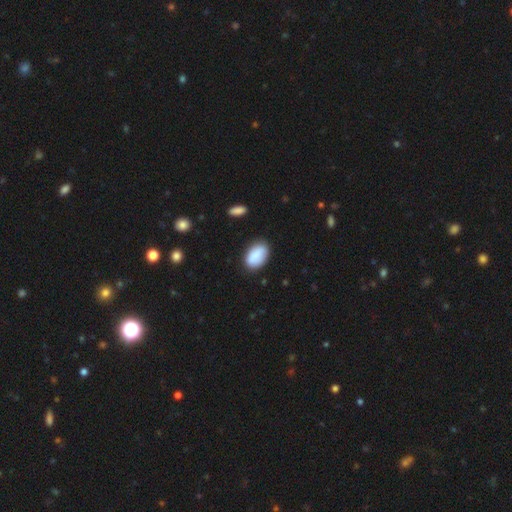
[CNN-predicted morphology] A smooth galaxy with no disk features (86%) that is in between round and cigar-shaped (90%). Merging: none (78%).